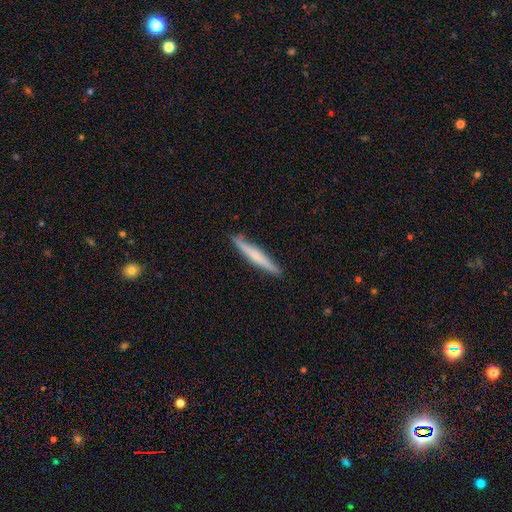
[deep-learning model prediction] smooth 53%, featured or disk 41%, star or artifact 5%. Down the decision tree: how rounded — cigar-shaped (95%); merging — none (88%).